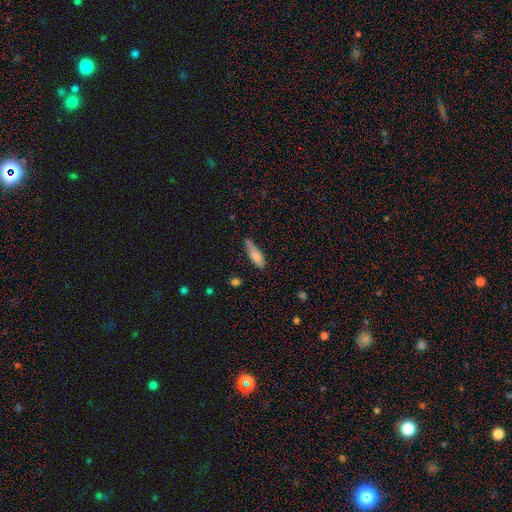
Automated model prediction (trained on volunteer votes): Smooth or featured? smooth (79%)
How rounded? cigar-shaped (53%)
Merging? none (53%)